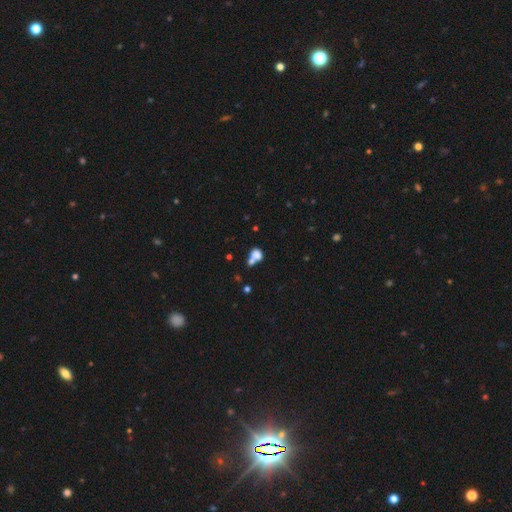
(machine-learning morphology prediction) Smooth or featured? smooth (75%)
How rounded? round (50%)
Merging? merger (55%)